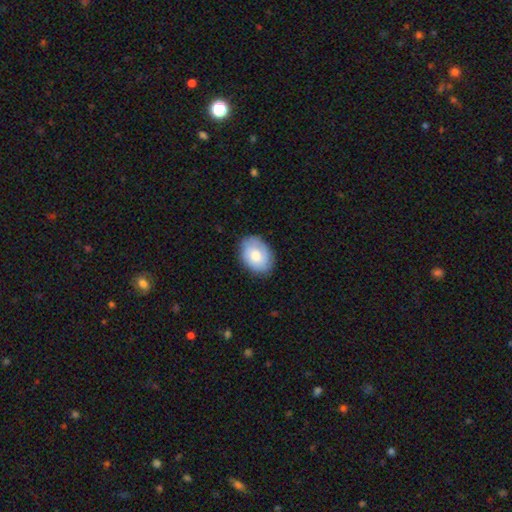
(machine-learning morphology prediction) smooth 65%, featured or disk 29%, star or artifact 6%. Down the decision tree: how rounded — in between (76%); merging — none (81%).